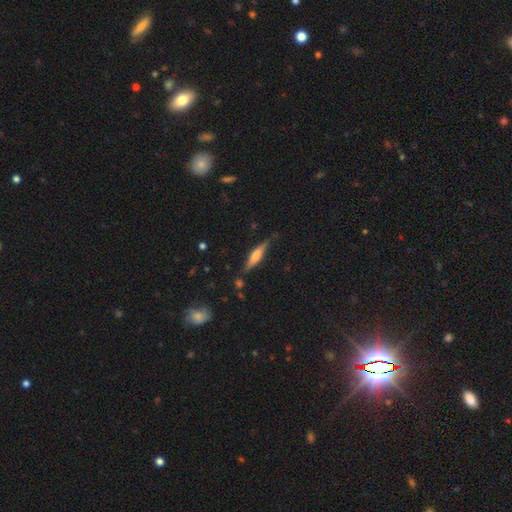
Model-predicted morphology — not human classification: Smooth or featured? Predicted: featured or disk (p=0.53). Edge-on disk? Predicted: yes (p=0.93). Merging? Predicted: none (p=0.79).